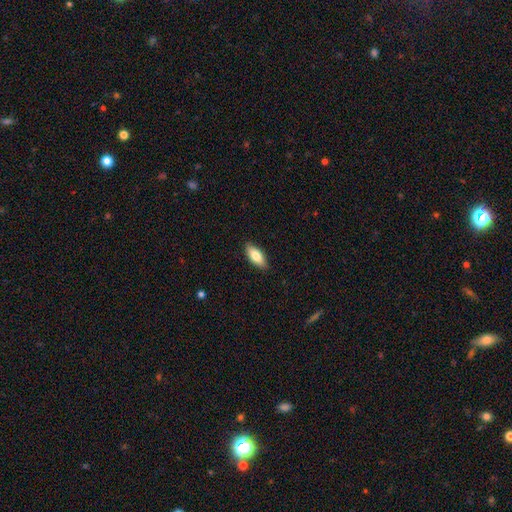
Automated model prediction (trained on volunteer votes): Morphology: type=smooth (78%); roundness=in between (82%); merging=none (88%).